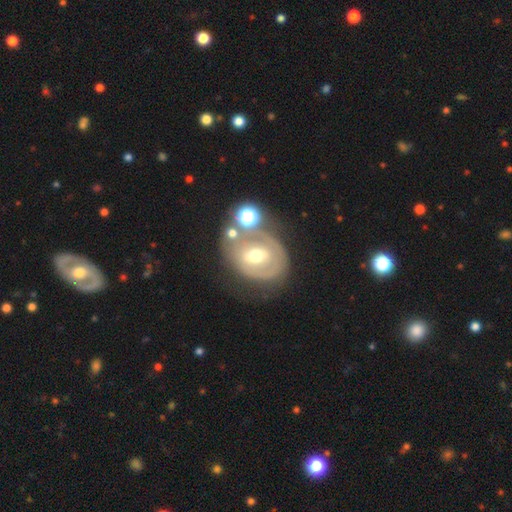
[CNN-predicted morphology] This is likely a featured or disk galaxy (67%). It is clearly not viewed edge-on (95%). Bar: marginally weak (42%). Spiral arm pattern: possibly no (55%). Central bulge: likely moderate (67%). Merging: possibly none (49%).